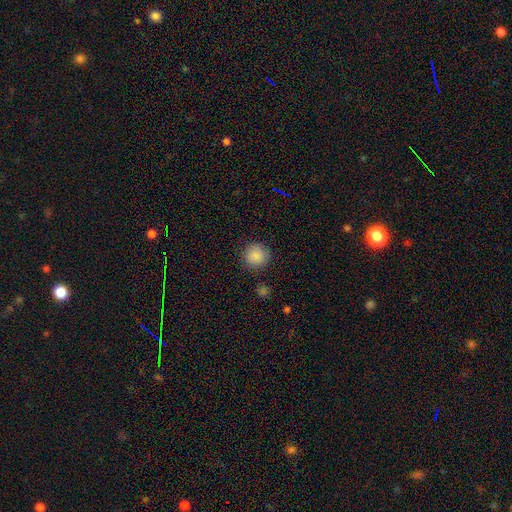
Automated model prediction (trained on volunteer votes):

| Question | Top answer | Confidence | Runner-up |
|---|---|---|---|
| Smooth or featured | smooth | 88% | star or artifact (9%) |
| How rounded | round | 94% | in between (5%) |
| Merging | none | 88% | minor disturbance (8%) |